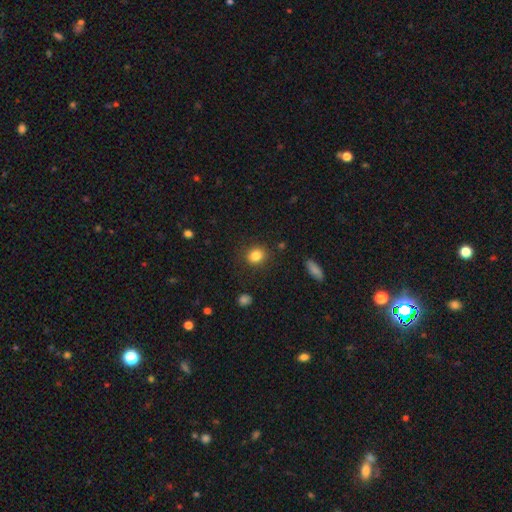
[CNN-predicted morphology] Smooth or featured: smooth — 84% (star or artifact — 10%)
How rounded: round — 73% (in between — 26%)
Merging: none — 86% (minor disturbance — 9%)